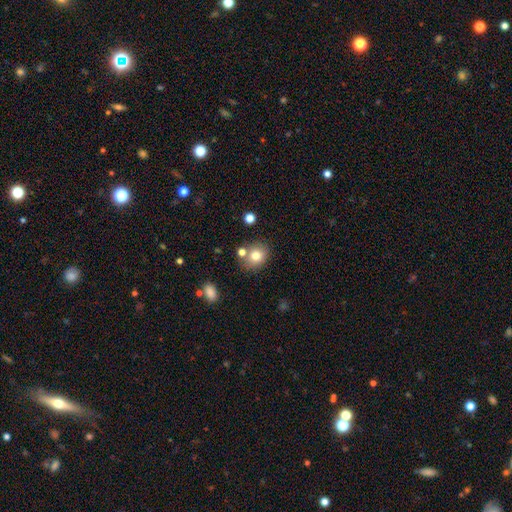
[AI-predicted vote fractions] Smooth or featured?
  - smooth: 78% *
  - star or artifact: 11%
  - featured or disk: 11%
How rounded?
  - round: 65% *
  - in between: 34%
  - cigar-shaped: 1%
Merging?
  - none: 71% *
  - merger: 14%
  - minor disturbance: 12%
  - major disturbance: 3%